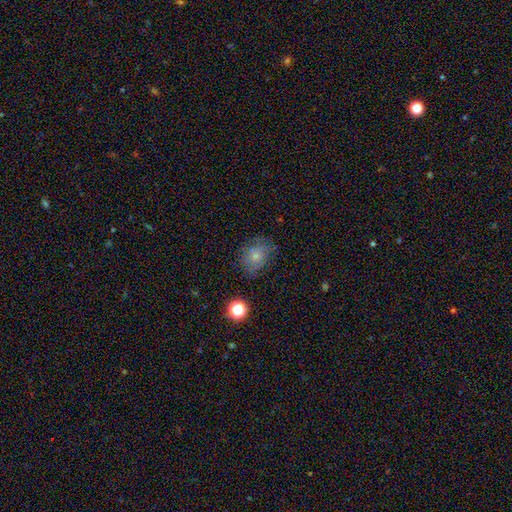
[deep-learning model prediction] smooth_or_featured: smooth (p=0.74) [alt: featured or disk p=0.14]
how_rounded: round (p=0.50) [alt: in between p=0.49]
merging: none (p=0.69) [alt: minor disturbance p=0.21]